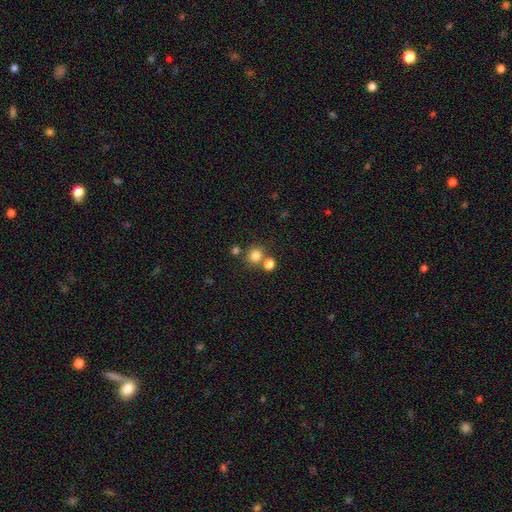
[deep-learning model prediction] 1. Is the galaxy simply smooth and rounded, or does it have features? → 80% smooth, 14% star or artifact, 6% featured or disk.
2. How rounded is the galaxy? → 88% round, 12% in between, 1% cigar-shaped.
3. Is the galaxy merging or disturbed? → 67% none, 22% merger, 8% minor disturbance, 3% major disturbance.